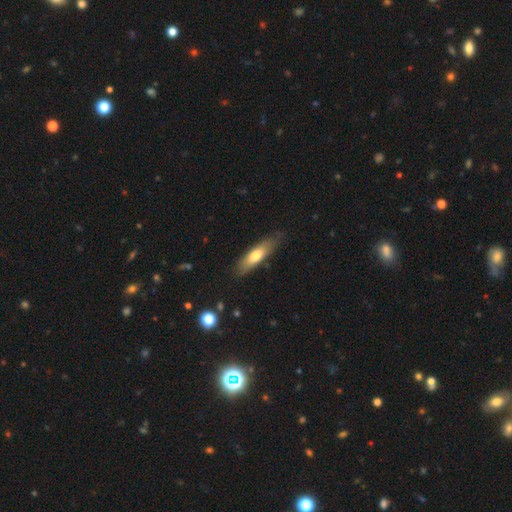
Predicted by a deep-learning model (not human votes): Smooth or featured?
  - smooth: 66% *
  - featured or disk: 29%
  - star or artifact: 6%
How rounded?
  - cigar-shaped: 58% *
  - in between: 40%
  - round: 2%
Merging?
  - none: 76% *
  - minor disturbance: 19%
  - major disturbance: 4%
  - merger: 1%